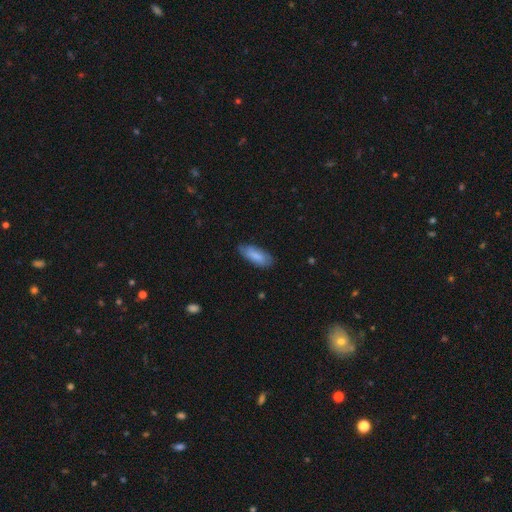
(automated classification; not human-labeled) Smooth or featured? Predicted: smooth (p=0.79). How rounded? Predicted: in between (p=0.79). Merging? Predicted: none (p=0.75).